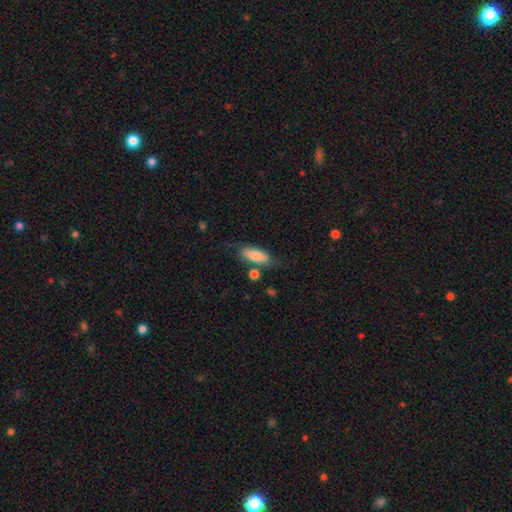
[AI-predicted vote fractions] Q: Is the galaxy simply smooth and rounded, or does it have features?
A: smooth — 82%.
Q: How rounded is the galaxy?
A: in between — 73%.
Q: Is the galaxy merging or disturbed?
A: none — 67%.